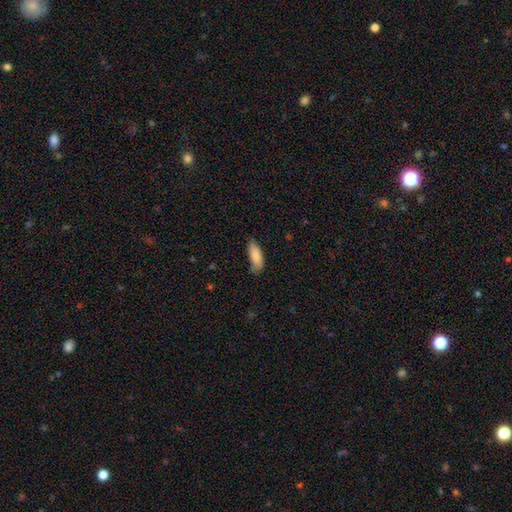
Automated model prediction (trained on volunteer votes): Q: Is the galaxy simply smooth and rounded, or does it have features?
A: smooth — 87%.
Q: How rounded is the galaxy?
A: in between — 73%.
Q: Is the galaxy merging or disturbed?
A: none — 66%.